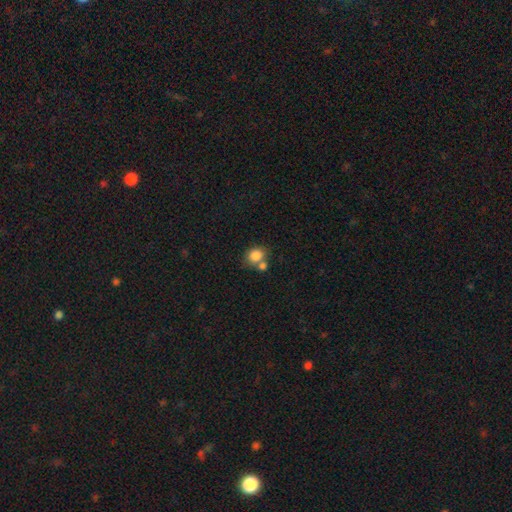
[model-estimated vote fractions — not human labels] smooth 83%, star or artifact 10%, featured or disk 7%. Down the decision tree: how rounded — round (61%); merging — none (50%).